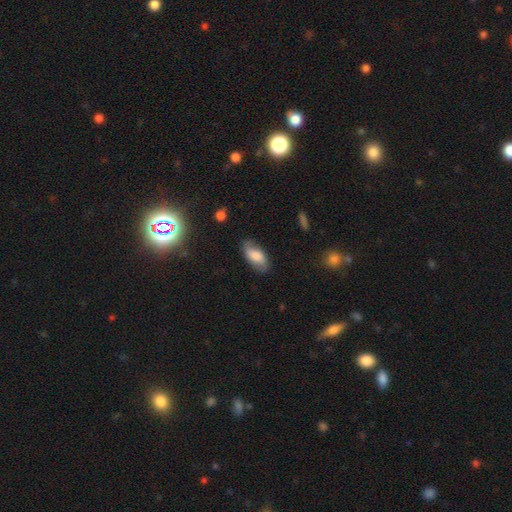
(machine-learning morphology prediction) This is likely a smooth galaxy (70%). How rounded: clearly in between (90%). Merging: likely none (75%).